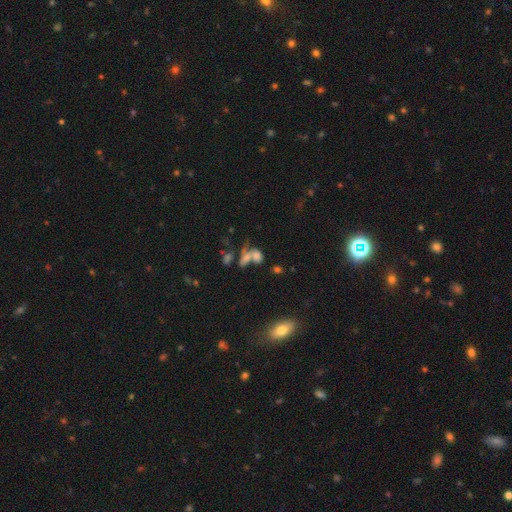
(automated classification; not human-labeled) smooth-or-featured: smooth: 58% | featured or disk: 22% | star or artifact: 20%
  how-rounded: in between: 76% | round: 18% | cigar-shaped: 6%
  merging: merger: 52% | none: 25% | major disturbance: 13% | minor disturbance: 10%